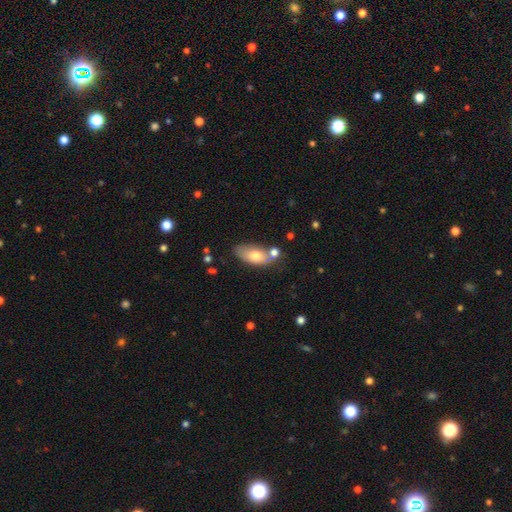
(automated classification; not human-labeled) Morphology: type=smooth (70%); roundness=in between (90%); merging=none (50%).